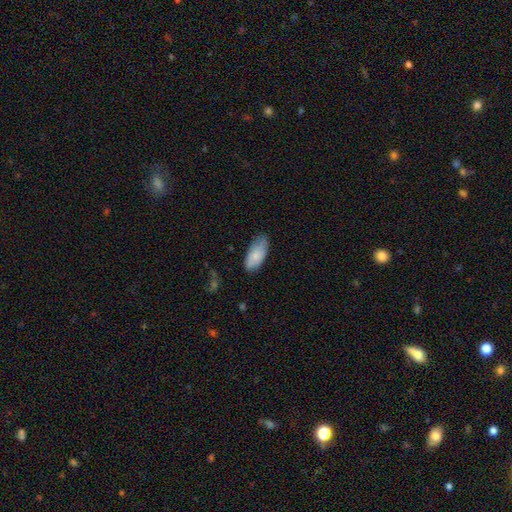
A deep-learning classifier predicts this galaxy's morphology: This is likely a smooth galaxy (79%). How rounded: clearly in between (89%). Merging: likely none (67%).